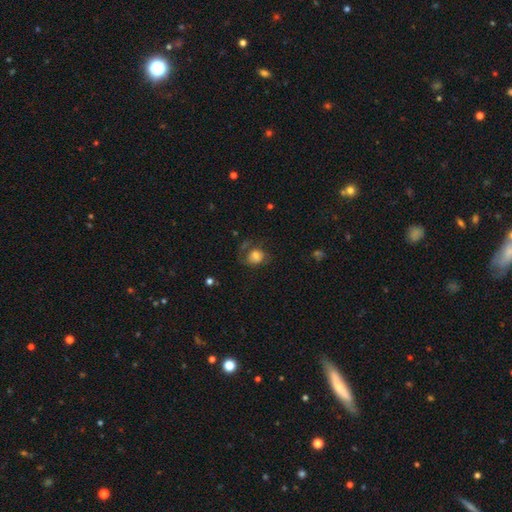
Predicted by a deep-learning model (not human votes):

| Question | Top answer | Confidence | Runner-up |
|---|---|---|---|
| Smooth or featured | smooth | 65% | featured or disk (24%) |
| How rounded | round | 59% | in between (40%) |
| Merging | none | 44% | major disturbance (29%) |